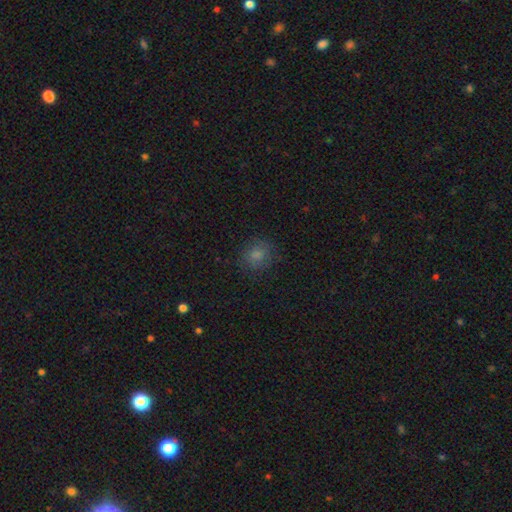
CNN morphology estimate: smooth 74%, star or artifact 19%, featured or disk 7%. Down the decision tree: how rounded — round (78%); merging — none (86%).